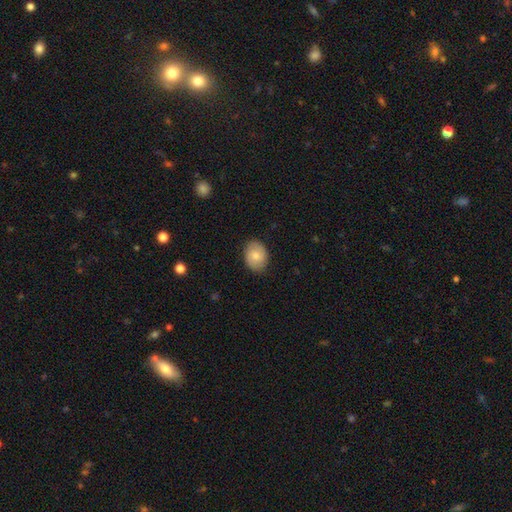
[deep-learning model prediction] Smooth or featured? Predicted: smooth (p=0.74). How rounded? Predicted: in between (p=0.63). Merging? Predicted: none (p=0.84).